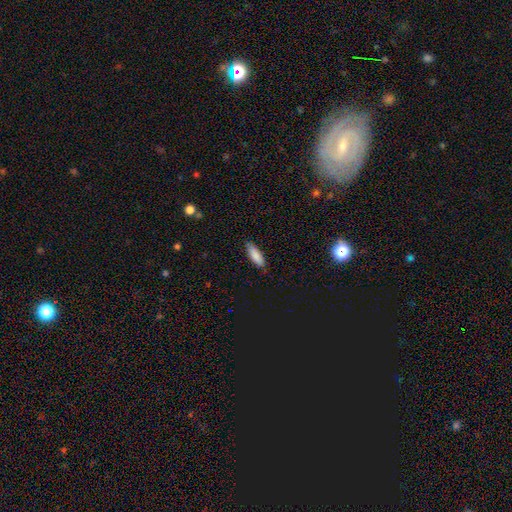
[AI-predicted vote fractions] Smooth or featured? Predicted: smooth (p=0.86). How rounded? Predicted: in between (p=0.54). Merging? Predicted: none (p=0.83).